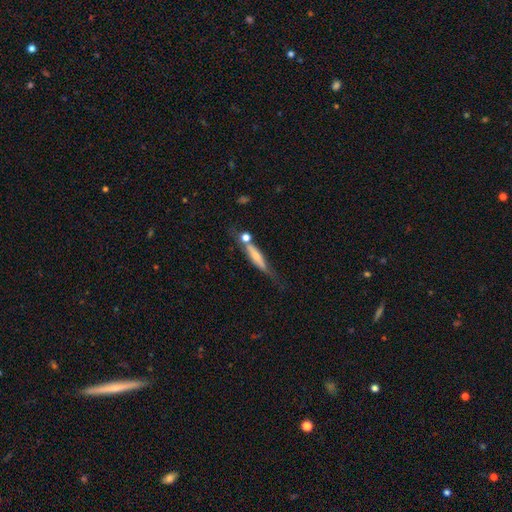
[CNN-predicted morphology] Q: Smooth or featured?
A: featured or disk (47%); runner-up: smooth (46%)
Q: Merging?
A: none (48%); runner-up: merger (23%)